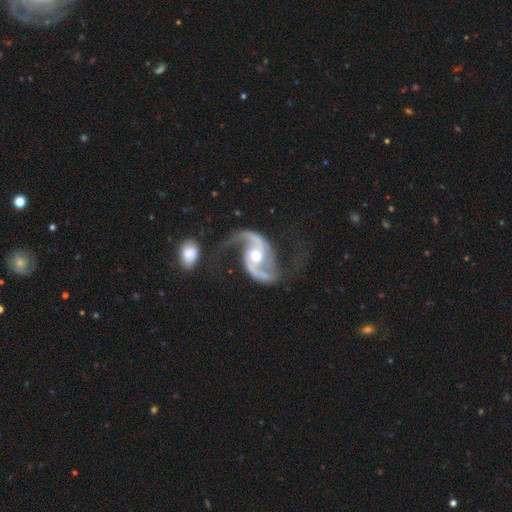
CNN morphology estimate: Q: Smooth or featured?
A: featured or disk (93%); runner-up: star or artifact (4%)
Q: Edge-on disk?
A: no (98%); runner-up: yes (2%)
Q: Bar?
A: no (49%); runner-up: weak (30%)
Q: Spiral arms?
A: yes (98%); runner-up: no (2%)
Q: Spiral winding?
A: loose (47%); runner-up: medium (44%)
Q: Spiral arm count?
A: 2 (94%); runner-up: 1 (1%)
Q: Bulge size?
A: moderate (76%); runner-up: small (13%)
Q: Merging?
A: none (67%); runner-up: minor disturbance (17%)